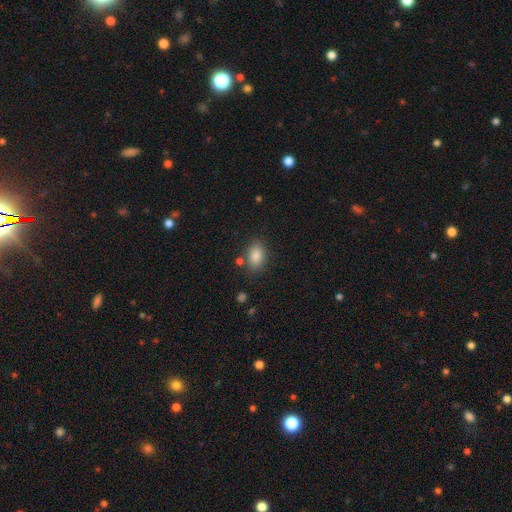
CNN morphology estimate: smooth_or_featured: smooth (p=0.85) [alt: star or artifact p=0.09]
how_rounded: in between (p=0.85) [alt: round p=0.13]
merging: none (p=0.80) [alt: minor disturbance p=0.12]